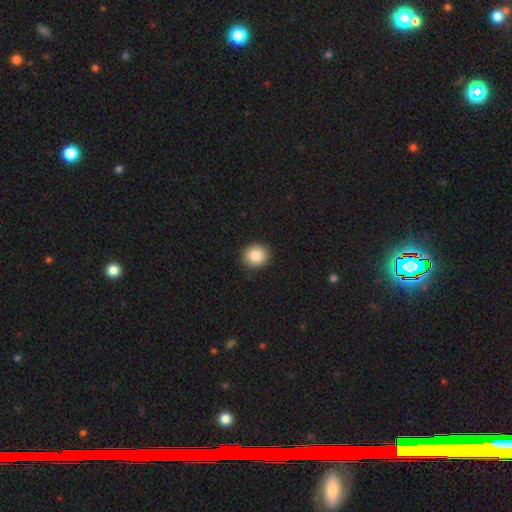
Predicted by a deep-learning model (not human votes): This is clearly a smooth galaxy (87%). How rounded: clearly round (86%). Merging: clearly none (91%).